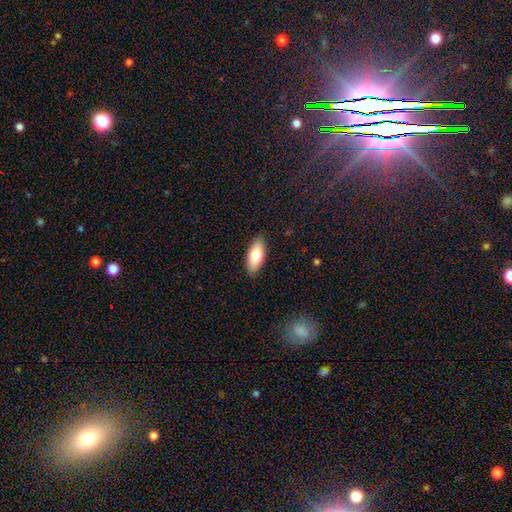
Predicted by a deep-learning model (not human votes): A smooth galaxy with no disk features (78%) that is in between round and cigar-shaped (85%). Merging: none (88%).